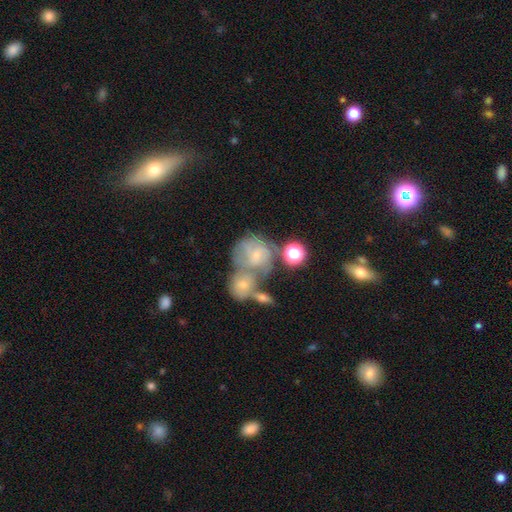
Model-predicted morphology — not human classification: The model was most divided on "smooth or featured": featured or disk: 56%, smooth: 31%, star or artifact: 13%. More confident: edge-on disk — no (97%); spiral arms — yes (70%); bar — no (69%); bulge size — small (68%); merging — merger (54%).